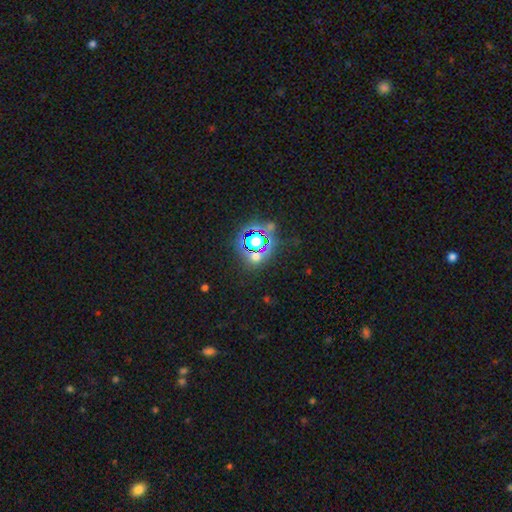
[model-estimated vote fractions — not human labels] The model was most divided on "smooth or featured": star or artifact: 63%, smooth: 27%, featured or disk: 10%.